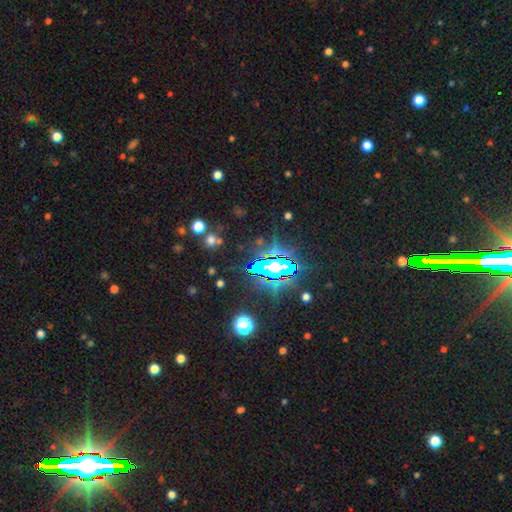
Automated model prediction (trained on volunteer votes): Morphology: type=star or artifact (82%).